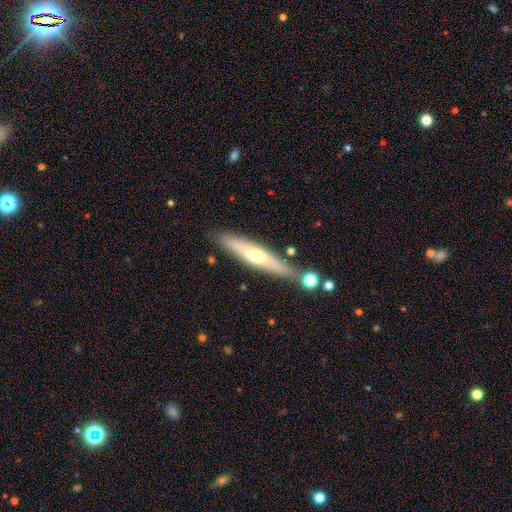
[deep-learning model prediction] A featured or disk galaxy (52%) viewed edge-on (84%).

Vote fractions:
- Smooth or featured? featured or disk: 52% / smooth: 42% / star or artifact: 6%
- Edge-on disk? yes: 84% / no: 16%
- Merging? none: 77% / minor disturbance: 14% / merger: 6% / major disturbance: 3%